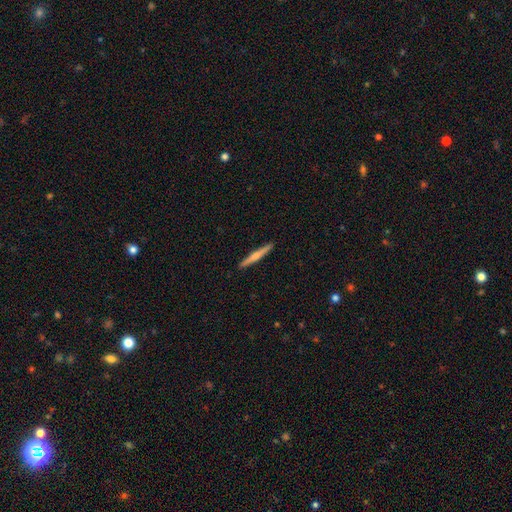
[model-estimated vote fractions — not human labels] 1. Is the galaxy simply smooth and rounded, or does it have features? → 50% featured or disk, 45% smooth, 5% star or artifact.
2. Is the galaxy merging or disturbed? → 93% none, 5% minor disturbance, 1% major disturbance, 1% merger.